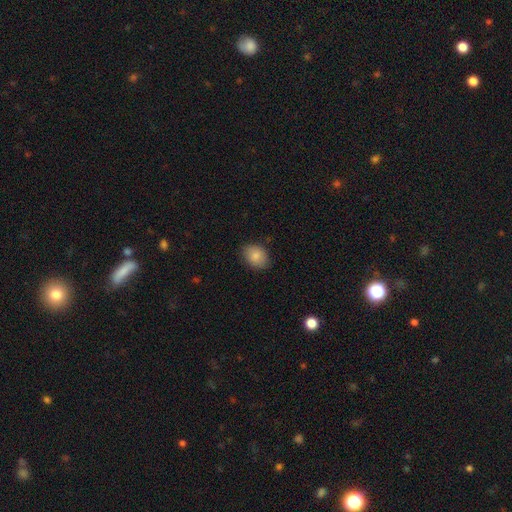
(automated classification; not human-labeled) smooth 84%, featured or disk 8%, star or artifact 8%. Down the decision tree: how rounded — in between (61%); merging — none (83%).